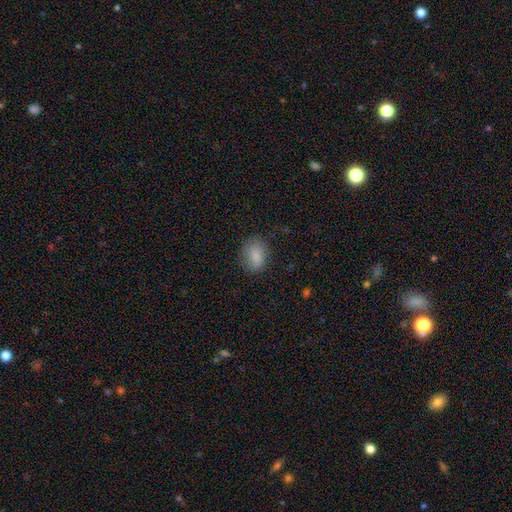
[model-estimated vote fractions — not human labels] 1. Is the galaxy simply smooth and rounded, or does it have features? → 85% smooth, 8% star or artifact, 7% featured or disk.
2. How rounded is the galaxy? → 63% in between, 35% round, 1% cigar-shaped.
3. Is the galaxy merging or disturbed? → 79% none, 16% minor disturbance, 4% major disturbance, 1% merger.